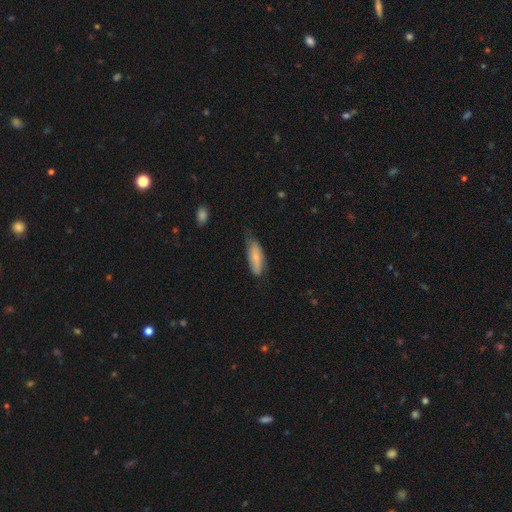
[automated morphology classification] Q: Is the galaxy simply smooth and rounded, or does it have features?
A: smooth — 73%.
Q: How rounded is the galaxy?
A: in between — 67%.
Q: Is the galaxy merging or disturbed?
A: none — 52%.